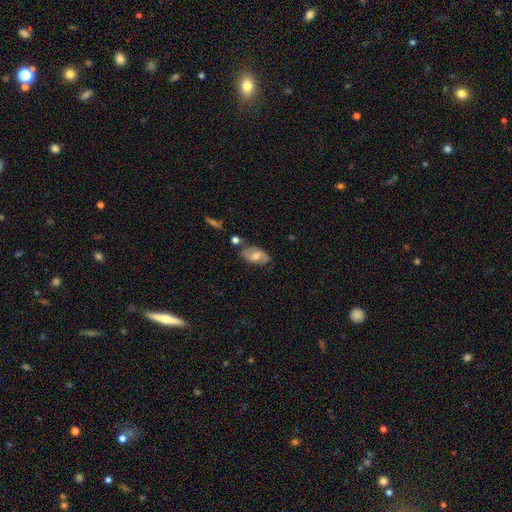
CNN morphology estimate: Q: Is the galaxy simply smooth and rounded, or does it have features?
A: smooth — 53%.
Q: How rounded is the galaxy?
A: in between — 92%.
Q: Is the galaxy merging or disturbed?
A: none — 71%.